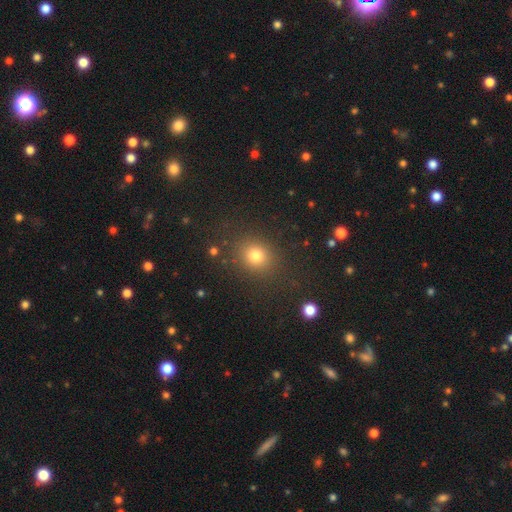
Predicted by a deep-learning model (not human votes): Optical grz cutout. It shows a smooth galaxy with no disk features (78%) that is round (73%). Merging: none (84%).